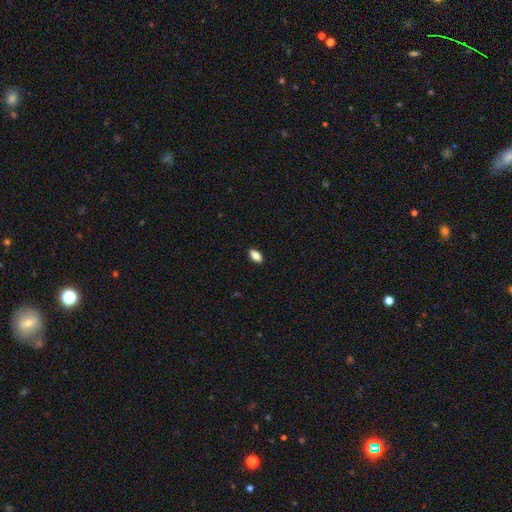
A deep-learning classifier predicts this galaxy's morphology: A smooth galaxy with no disk features (83%) that is in between round and cigar-shaped (89%).

Vote fractions:
- Smooth or featured? smooth: 83% / star or artifact: 8% / featured or disk: 8%
- How rounded? in between: 89% / cigar-shaped: 7% / round: 5%
- Merging? none: 89% / minor disturbance: 9% / major disturbance: 2% / merger: 1%